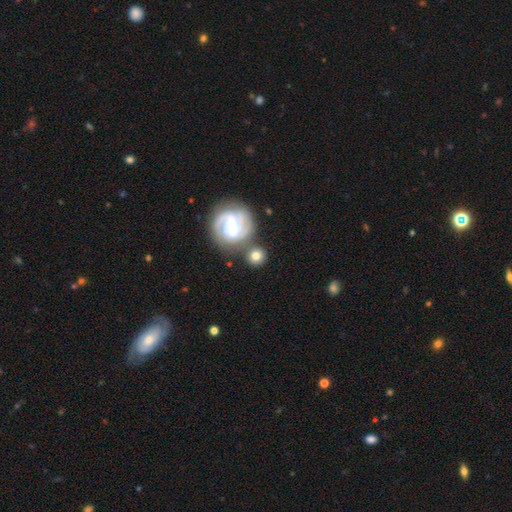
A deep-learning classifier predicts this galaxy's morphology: This appears to be a smooth galaxy with no disk features (65%) that is round (87%). Merging: none (70%).